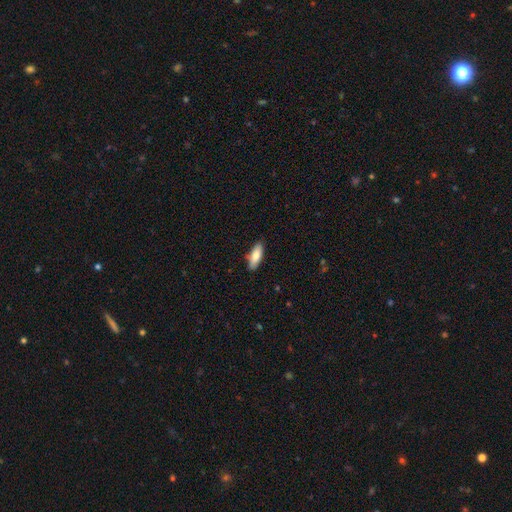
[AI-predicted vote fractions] smooth 80%, featured or disk 14%, star or artifact 6%. Down the decision tree: how rounded — in between (69%); merging — none (86%).